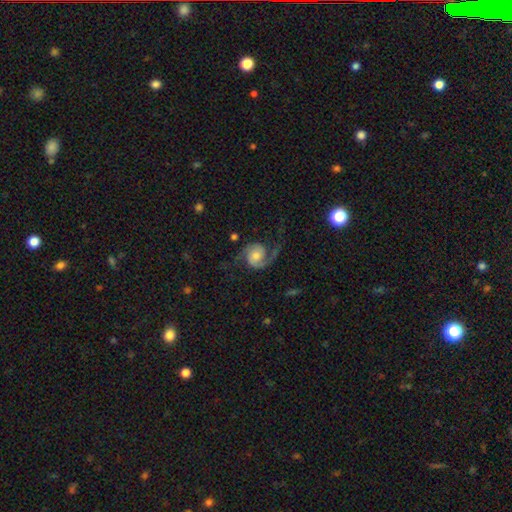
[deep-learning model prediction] A featured or disk galaxy (88%) with no bar (68%), 2 (92%) medium (47%) spiral arms (98%) and a moderate central bulge (49%). Merging: none (70%).